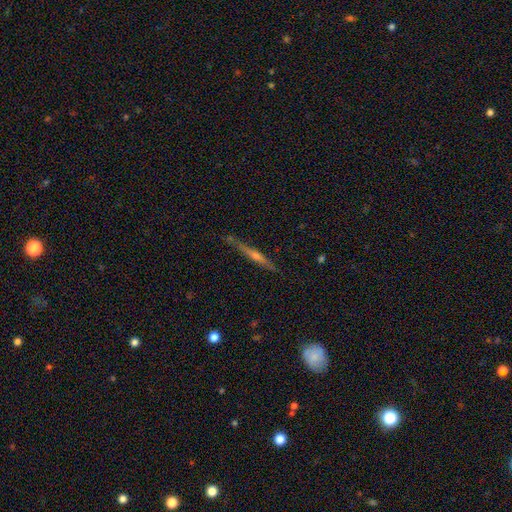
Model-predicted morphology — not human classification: This is likely a featured or disk galaxy (73%). It is clearly viewed edge-on (97%). Edge-on bulge: likely rounded (77%). Merging: clearly none (87%).